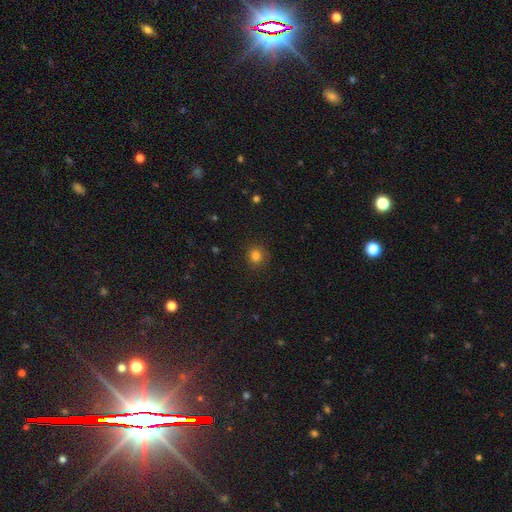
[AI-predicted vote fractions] Smooth or featured? smooth (81%)
How rounded? round (89%)
Merging? none (87%)